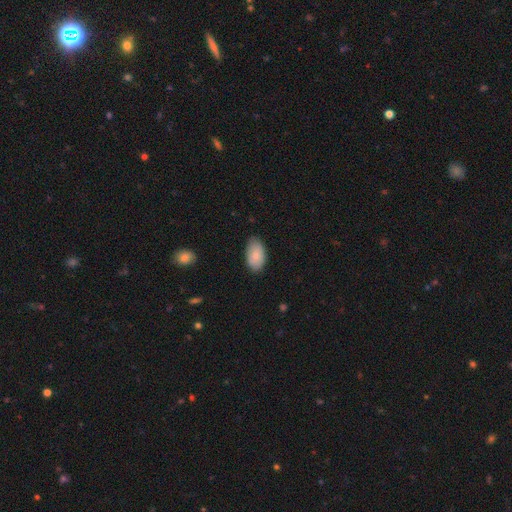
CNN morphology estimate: Smooth or featured? smooth (83%)
How rounded? in between (94%)
Merging? none (79%)